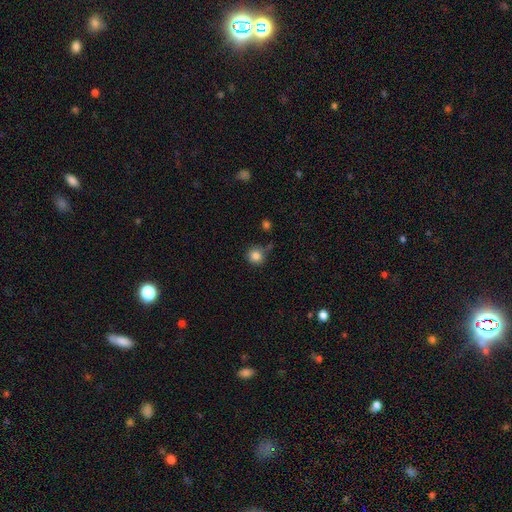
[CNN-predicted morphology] type=smooth (85%); roundness=round (92%); merging=none (75%).